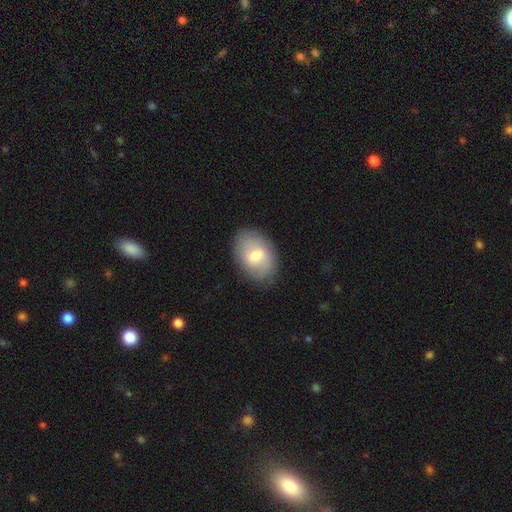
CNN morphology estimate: This is likely a smooth galaxy (62%). How rounded: clearly in between (83%). Merging: clearly none (84%).